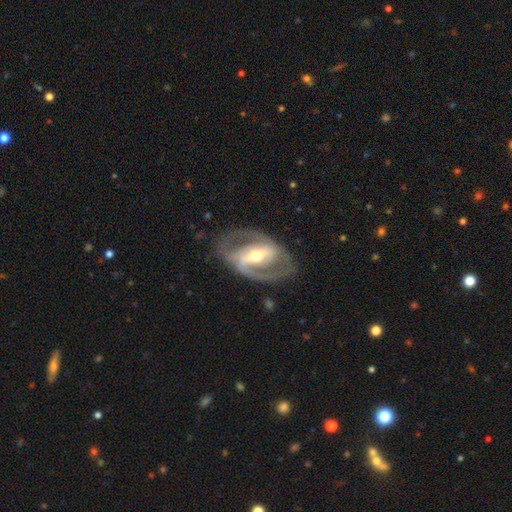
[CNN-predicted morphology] Overall: featured or disk (87%). Edge-on disk: no (95%). Bar: strong (60%; weak 28%). Spiral arms: yes (85%). Spiral arm count: 2 (87%). Spiral winding: medium (51%; tight 30%). Bulge size: moderate (66%). Merging: none (75%).